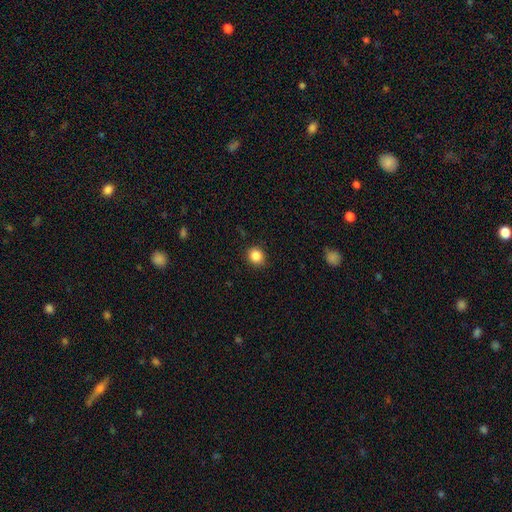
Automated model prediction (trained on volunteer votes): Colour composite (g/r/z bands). It shows a smooth galaxy with no disk features (86%) that is round (82%). Merging: none (89%).